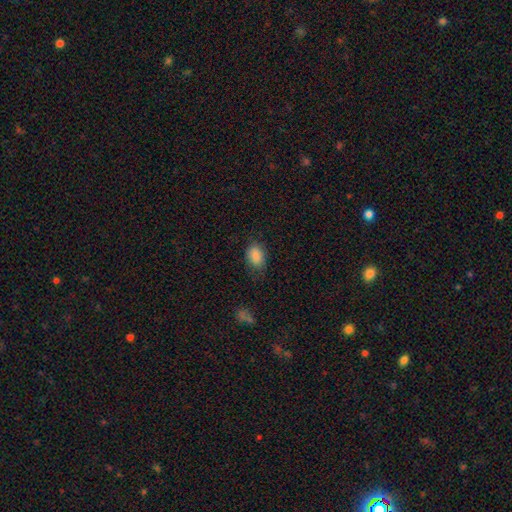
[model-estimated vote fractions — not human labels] A smooth galaxy with no disk features (86%) that is in between round and cigar-shaped (81%).

Vote fractions:
- Smooth or featured? smooth: 86% / star or artifact: 8% / featured or disk: 6%
- How rounded? in between: 81% / round: 18% / cigar-shaped: 1%
- Merging? none: 72% / minor disturbance: 21% / major disturbance: 6% / merger: 1%